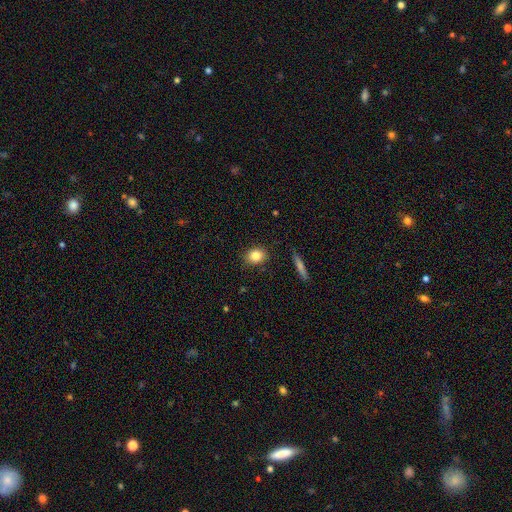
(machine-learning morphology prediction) Q: Smooth or featured?
A: smooth (84%); runner-up: star or artifact (9%)
Q: How rounded?
A: round (56%); runner-up: in between (42%)
Q: Merging?
A: none (86%); runner-up: minor disturbance (10%)